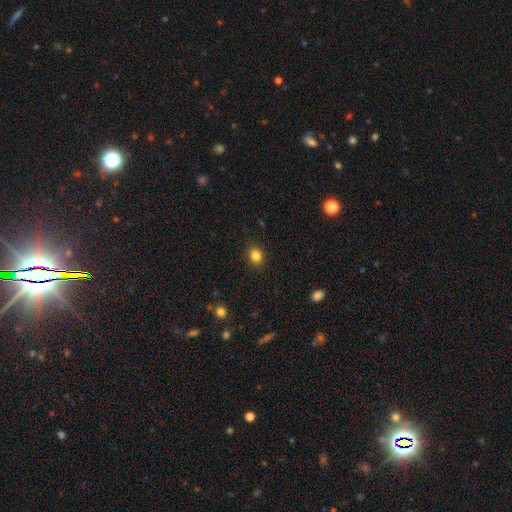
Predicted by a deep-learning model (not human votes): Morphology: type=smooth (84%); roundness=round (64%); merging=none (90%).